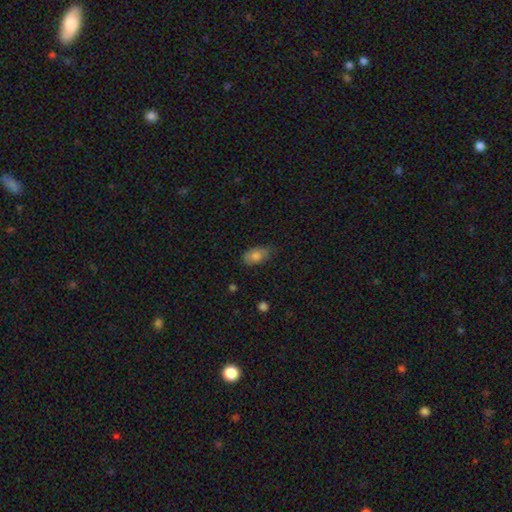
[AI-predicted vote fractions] This is clearly a smooth galaxy (81%). How rounded: clearly in between (91%). Merging: likely none (72%).